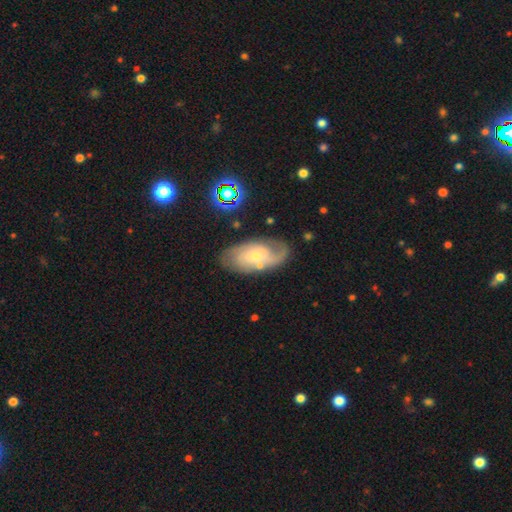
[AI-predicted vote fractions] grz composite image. It shows a featured or disk galaxy (74%) with no bar (63%), 2 (50%) tight (46%) spiral arms (92%) and a small central bulge (68%). Merging: none (70%).